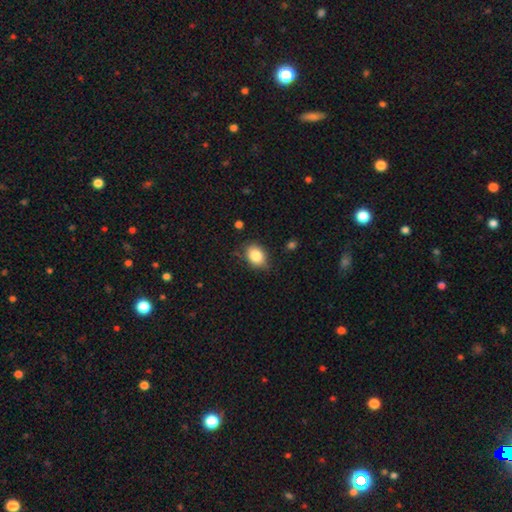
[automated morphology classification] A smooth galaxy with no disk features (83%) that is in between round and cigar-shaped (67%).

Vote fractions:
- Smooth or featured? smooth: 83% / star or artifact: 9% / featured or disk: 8%
- How rounded? in between: 67% / round: 31% / cigar-shaped: 1%
- Merging? none: 76% / minor disturbance: 19% / major disturbance: 4% / merger: 2%